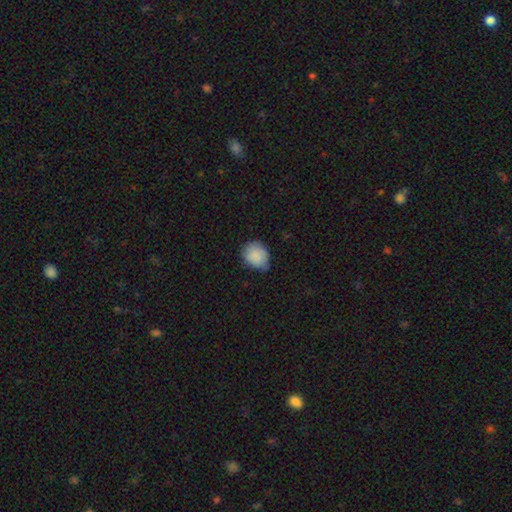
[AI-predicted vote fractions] This appears to be a smooth galaxy with no disk features (87%) that is round (57%). Merging: none (58%).